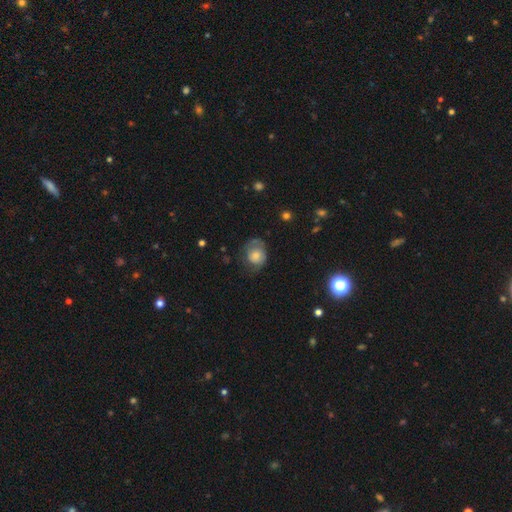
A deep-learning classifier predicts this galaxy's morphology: Overall: smooth (64%; featured or disk 28%). How rounded: round (62%; in between 37%). Merging: none (48%; minor disturbance 29%).